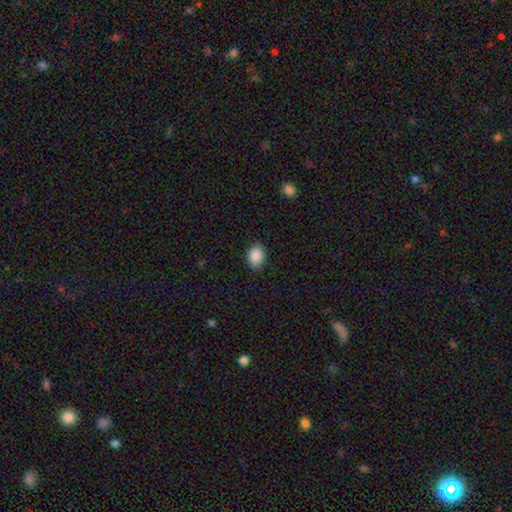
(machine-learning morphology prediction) The model was most divided on "how rounded": in between: 68%, round: 31%, cigar-shaped: 1%. More confident: smooth or featured — smooth (88%); merging — none (88%).